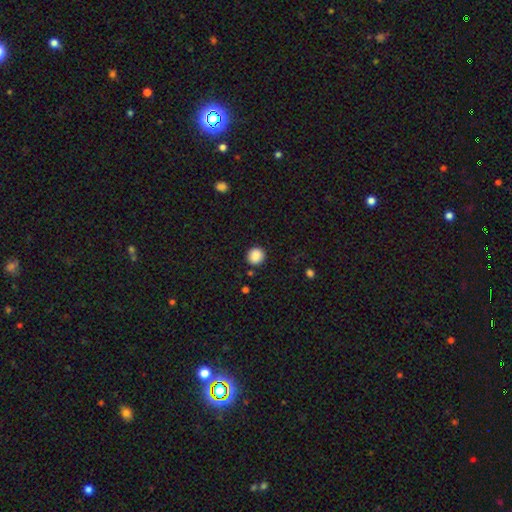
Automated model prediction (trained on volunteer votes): Smooth or featured? smooth (88%)
How rounded? round (89%)
Merging? none (90%)